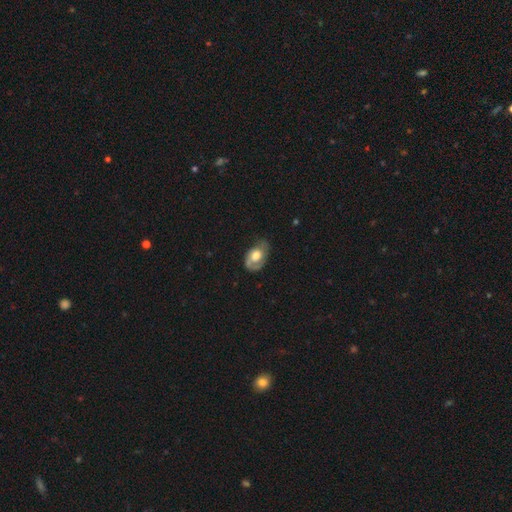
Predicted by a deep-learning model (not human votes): Smooth or featured? Predicted: featured or disk (p=0.59). Edge-on disk? Predicted: no (p=0.95). Bar? Predicted: no (p=0.78). Spiral arms? Predicted: yes (p=0.72). Bulge size? Predicted: large (p=0.46). Merging? Predicted: none (p=0.53).